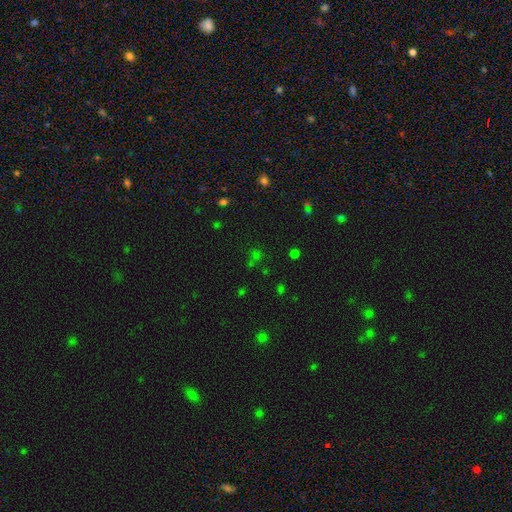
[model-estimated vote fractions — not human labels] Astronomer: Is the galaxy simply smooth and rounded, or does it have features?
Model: star or artifact — 53% (runner-up: smooth, 39%).